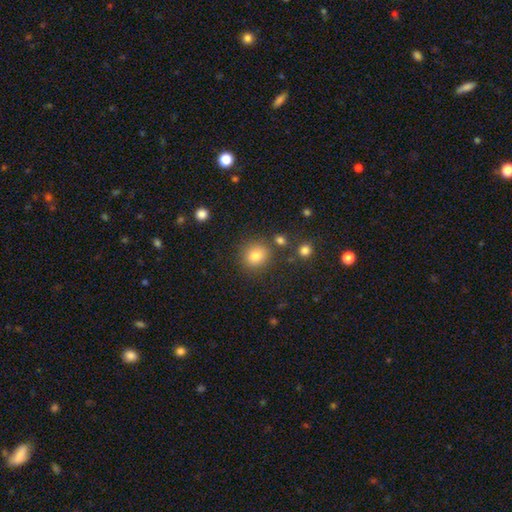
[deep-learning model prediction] The model was most divided on "how rounded": round: 85%, in between: 14%, cigar-shaped: 1%. More confident: smooth or featured — smooth (82%); merging — none (81%).